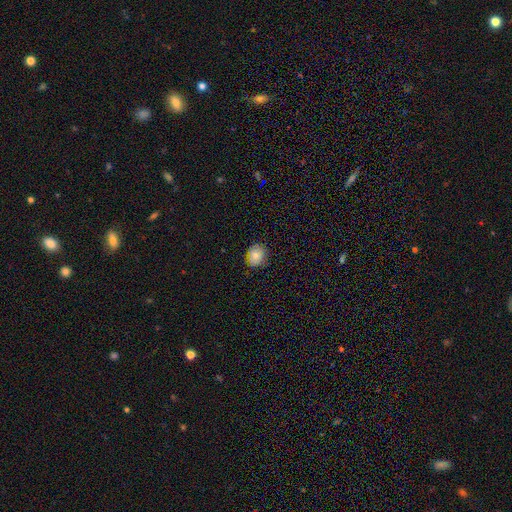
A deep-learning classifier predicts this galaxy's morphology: smooth-or-featured: smooth: 79% | featured or disk: 11% | star or artifact: 10%
  how-rounded: round: 66% | in between: 33% | cigar-shaped: 1%
  merging: none: 80% | minor disturbance: 16% | major disturbance: 3% | merger: 1%